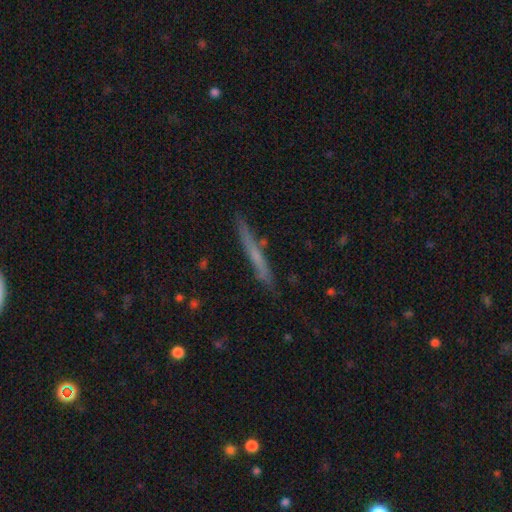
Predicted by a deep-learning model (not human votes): Overall: smooth (48%; featured or disk 44%). Merging: none (81%).